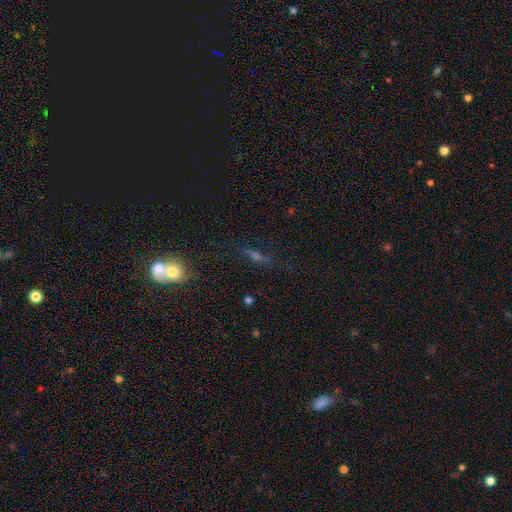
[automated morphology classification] This appears to be a smooth galaxy with no disk features (36%, tied with featured or disk). Merging: none (68%).